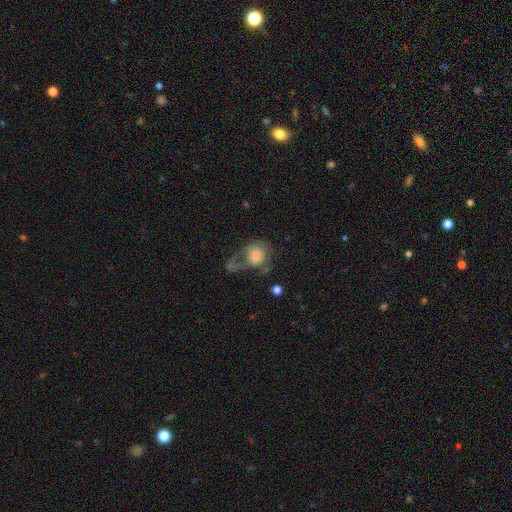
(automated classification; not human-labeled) smooth 68%, featured or disk 23%, star or artifact 9%. Down the decision tree: how rounded — round (62%); merging — major disturbance (47%).